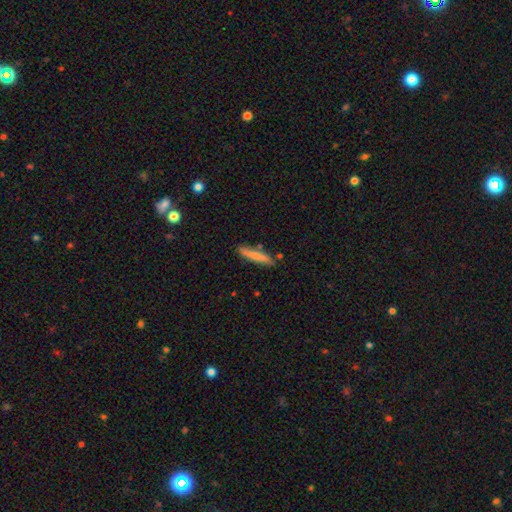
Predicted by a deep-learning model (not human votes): Smooth or featured: smooth — 71% (featured or disk — 23%)
How rounded: cigar-shaped — 91% (in between — 7%)
Merging: none — 80% (minor disturbance — 13%)